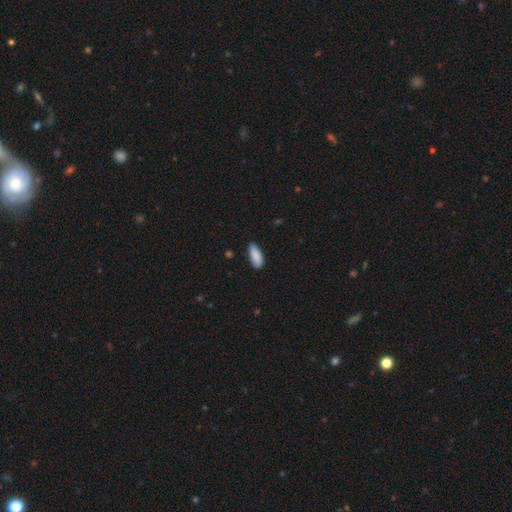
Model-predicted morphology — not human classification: A smooth galaxy with no disk features (90%) that is in between round and cigar-shaped (80%). Merging: none (79%).